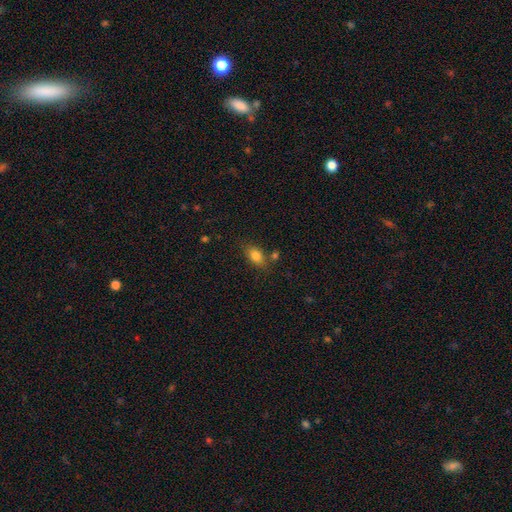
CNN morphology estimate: The model was most divided on "merging": none: 70%, minor disturbance: 15%, merger: 10%, major disturbance: 4%. More confident: how rounded — in between (82%); smooth or featured — smooth (82%).